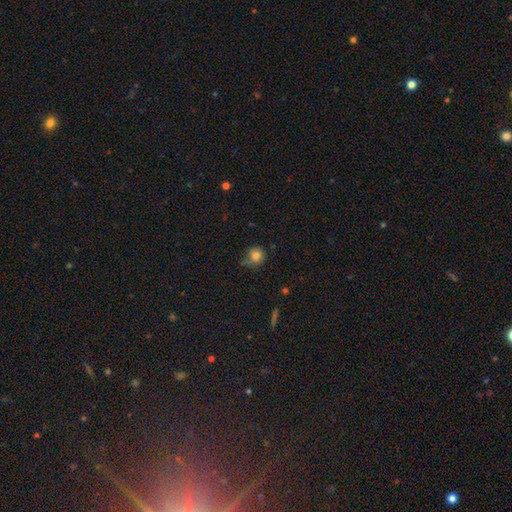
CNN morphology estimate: smooth_or_featured: smooth (p=0.81) [alt: star or artifact p=0.11]
how_rounded: round (p=0.85) [alt: in between p=0.14]
merging: none (p=0.62) [alt: minor disturbance p=0.27]